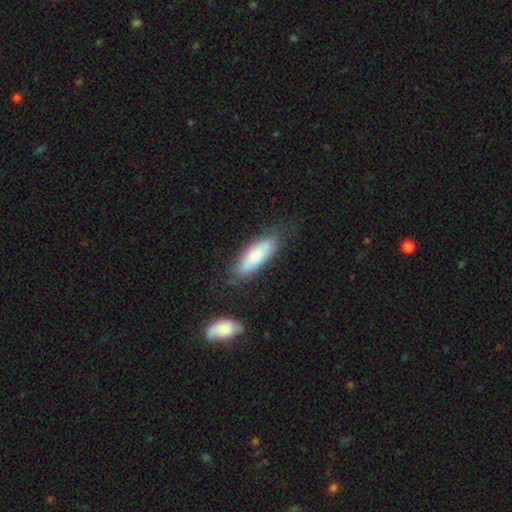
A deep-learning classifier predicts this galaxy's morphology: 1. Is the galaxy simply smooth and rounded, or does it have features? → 76% smooth, 19% featured or disk, 6% star or artifact.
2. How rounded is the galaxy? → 64% in between, 34% cigar-shaped, 2% round.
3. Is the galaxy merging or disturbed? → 74% none, 18% minor disturbance, 5% major disturbance, 3% merger.